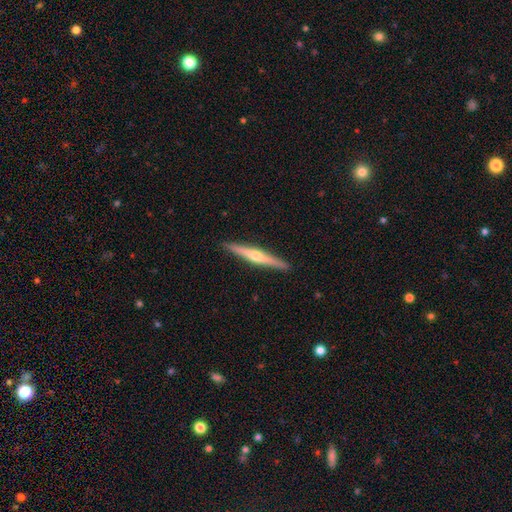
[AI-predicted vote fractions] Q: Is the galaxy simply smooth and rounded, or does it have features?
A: featured or disk — 69%.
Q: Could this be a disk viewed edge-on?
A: yes — 98%.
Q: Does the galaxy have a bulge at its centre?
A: rounded — 87%.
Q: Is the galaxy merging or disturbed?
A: none — 92%.